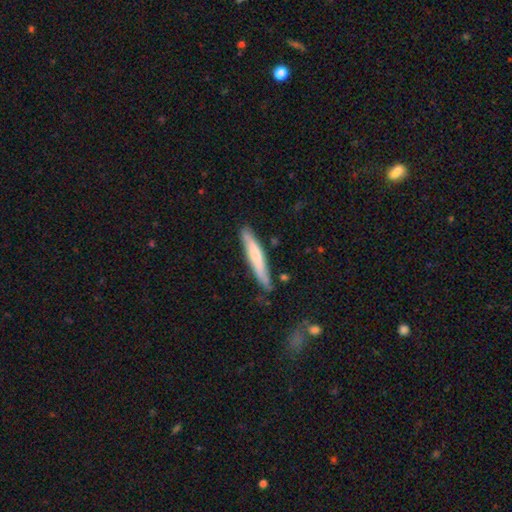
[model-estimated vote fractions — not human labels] Smooth or featured?
  - smooth: 63% *
  - featured or disk: 32%
  - star or artifact: 5%
How rounded?
  - cigar-shaped: 92% *
  - in between: 7%
  - round: 1%
Merging?
  - none: 77% *
  - minor disturbance: 18%
  - major disturbance: 3%
  - merger: 2%